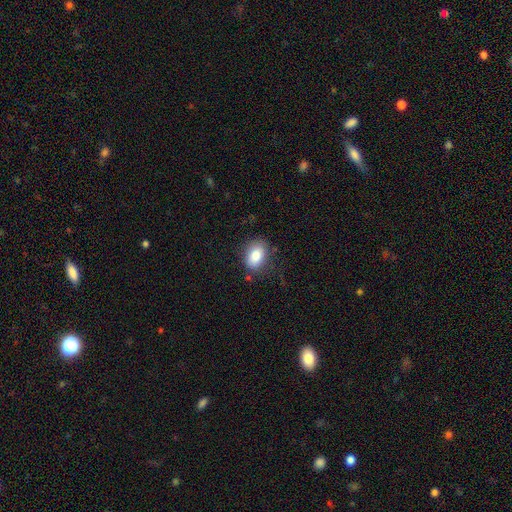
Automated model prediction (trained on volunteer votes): A smooth galaxy with no disk features (84%) that is in between round and cigar-shaped (83%). Merging: none (77%).